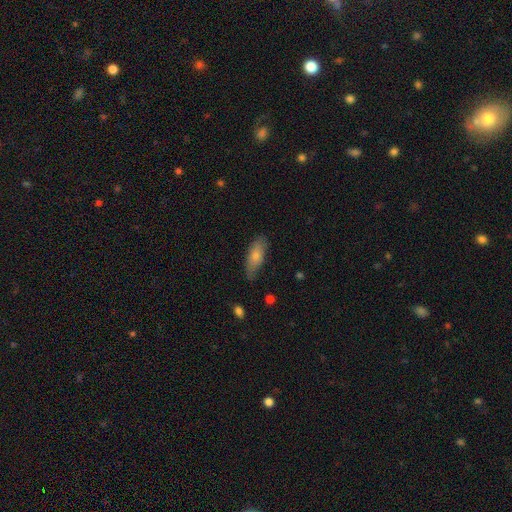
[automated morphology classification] A smooth galaxy with no disk features (75%) that is in between round and cigar-shaped (75%). Merging: none (69%).